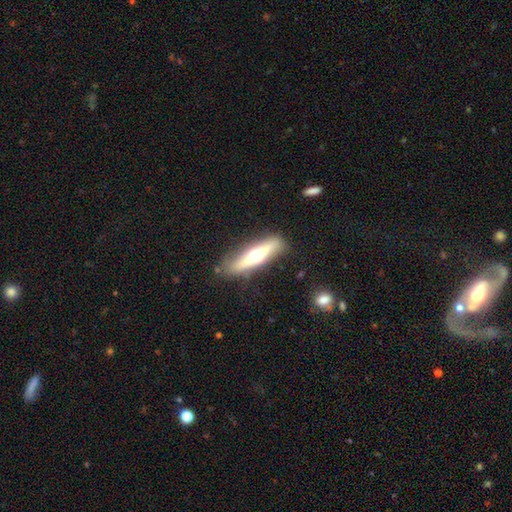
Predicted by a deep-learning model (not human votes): smooth-or-featured: featured or disk: 62% | smooth: 32% | star or artifact: 6%
  disk-edge-on: yes: 89% | no: 11%
    edge-on-bulge: rounded: 93% | boxy: 4% | none: 3%
  merging: none: 83% | minor disturbance: 11% | major disturbance: 4% | merger: 2%